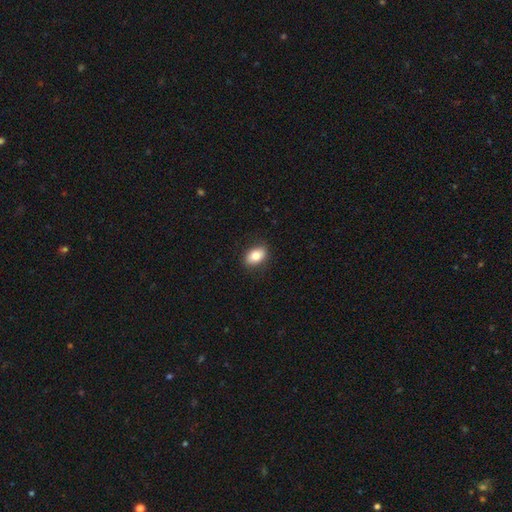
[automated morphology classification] Smooth or featured: smooth — 82% (featured or disk — 11%)
How rounded: in between — 87% (round — 11%)
Merging: none — 87% (minor disturbance — 10%)